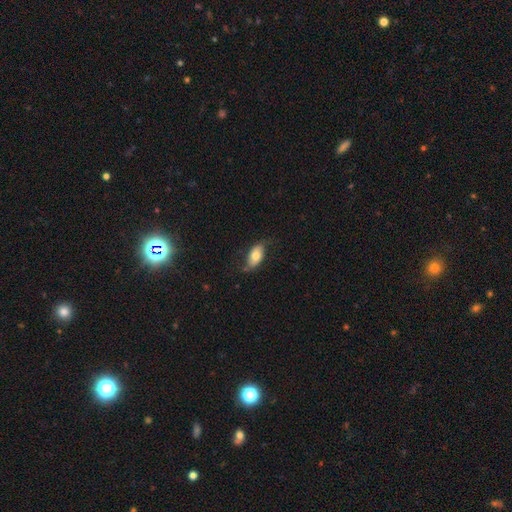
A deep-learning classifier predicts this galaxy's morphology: smooth 63%, featured or disk 30%, star or artifact 7%. Down the decision tree: how rounded — in between (91%); merging — none (67%).